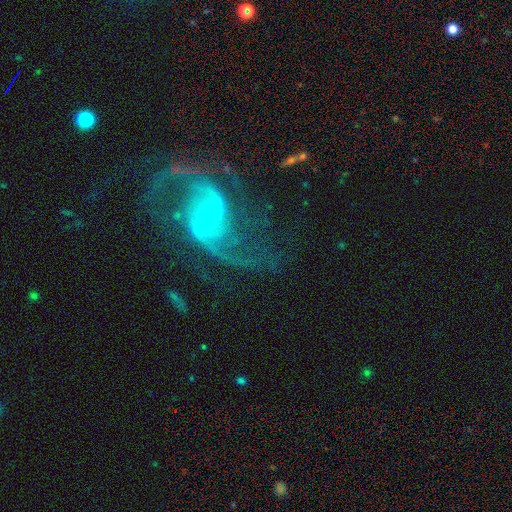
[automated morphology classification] Smooth or featured? featured or disk (90%)
Edge-on disk? no (98%)
Bar? weak (47%)
Spiral arms? yes (97%)
Spiral winding? loose (54%)
Spiral arm count? 2 (86%)
Bulge size? small (76%)
Merging? none (67%)